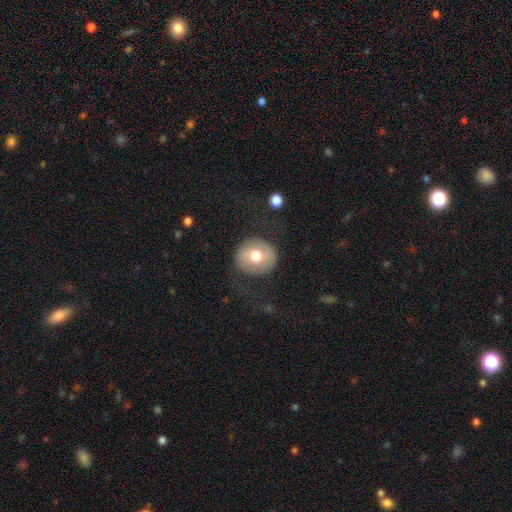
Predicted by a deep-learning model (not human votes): This appears to be a smooth galaxy with no disk features (65%) that is round (83%). Merging: none (75%).